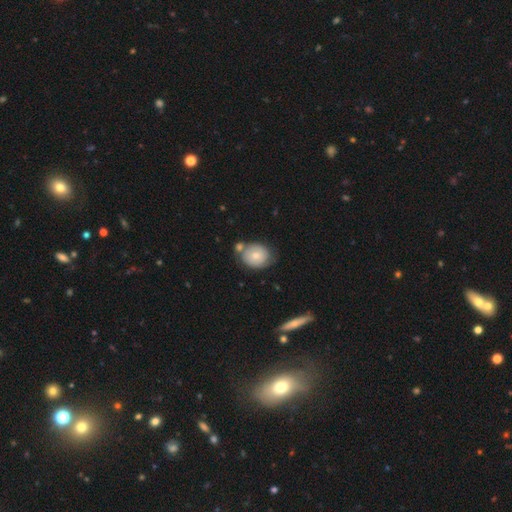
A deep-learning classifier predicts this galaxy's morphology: This appears to be a smooth galaxy with no disk features (69%) that is round (62%). Merging: none (57%).